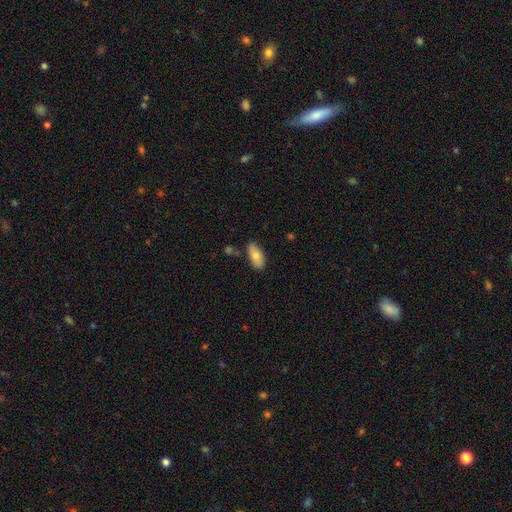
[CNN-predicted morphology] smooth-or-featured: smooth: 78% | featured or disk: 15% | star or artifact: 6%
  how-rounded: in between: 90% | cigar-shaped: 8% | round: 2%
  merging: none: 77% | minor disturbance: 16% | merger: 4% | major disturbance: 3%